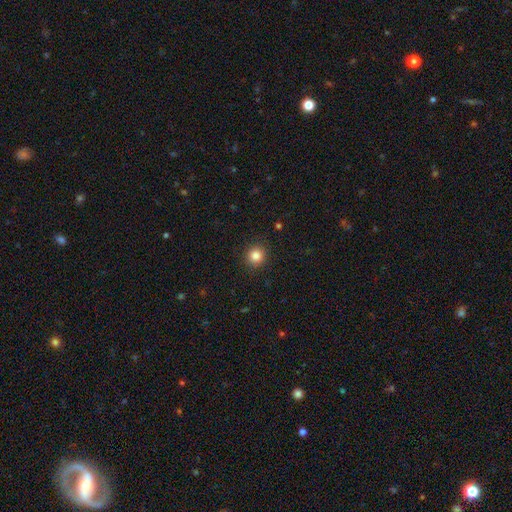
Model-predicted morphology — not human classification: A smooth galaxy with no disk features (84%) that is round (93%). Merging: none (91%).